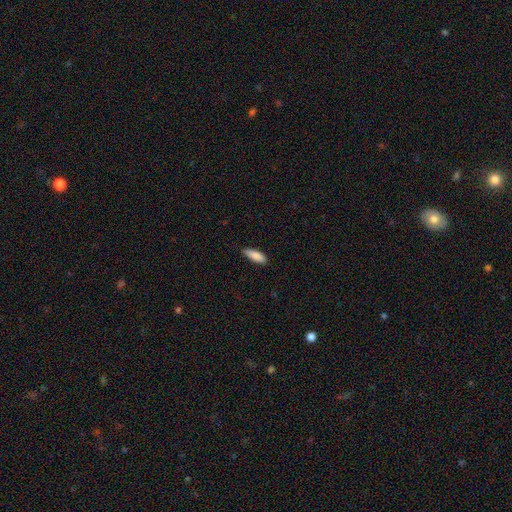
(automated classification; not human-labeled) A smooth galaxy with no disk features (86%) that is in between round and cigar-shaped (61%).

Vote fractions:
- Smooth or featured? smooth: 86% / featured or disk: 7% / star or artifact: 6%
- How rounded? in between: 61% / cigar-shaped: 37% / round: 2%
- Merging? none: 72% / minor disturbance: 23% / major disturbance: 3% / merger: 1%